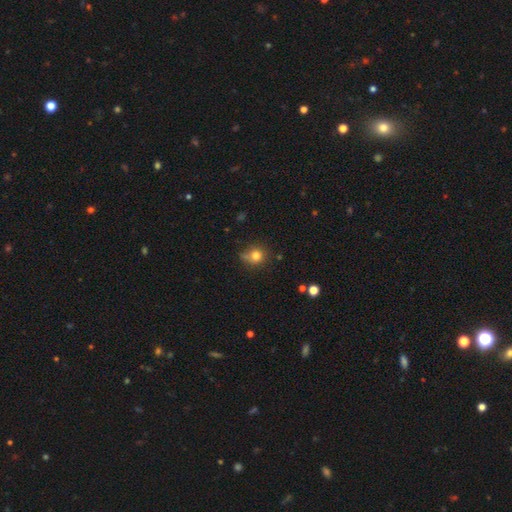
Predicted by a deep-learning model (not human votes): This appears to be a smooth galaxy with no disk features (79%) that is round (81%). Merging: none (59%).